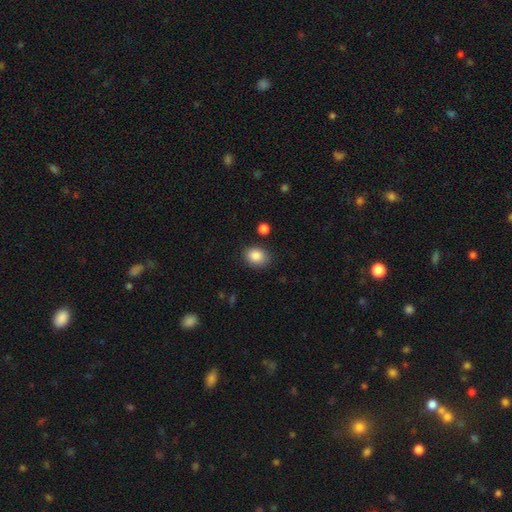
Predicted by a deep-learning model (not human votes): The model was most divided on "how rounded": in between: 53%, round: 46%, cigar-shaped: 1%. More confident: smooth or featured — smooth (87%); merging — none (81%).